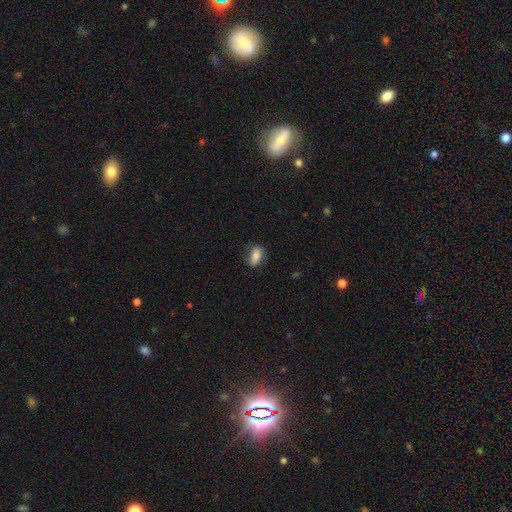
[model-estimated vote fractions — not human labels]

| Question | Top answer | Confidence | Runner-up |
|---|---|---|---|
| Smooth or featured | smooth | 76% | featured or disk (16%) |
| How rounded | in between | 85% | cigar-shaped (8%) |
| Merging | none | 71% | minor disturbance (21%) |